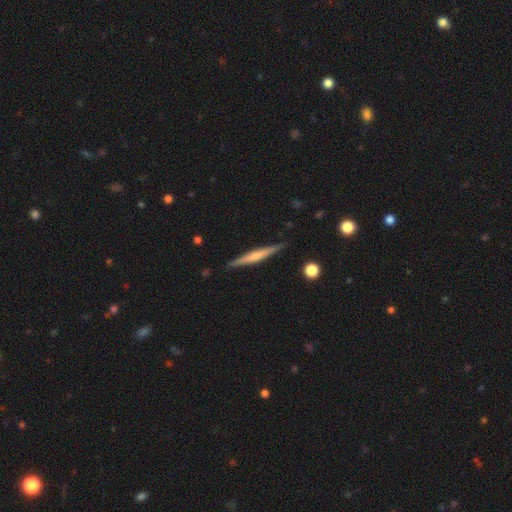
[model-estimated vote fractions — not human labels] This appears to be a featured or disk galaxy (58%) viewed edge-on (98%) with a rounded central bulge (55%). Merging: none (89%).